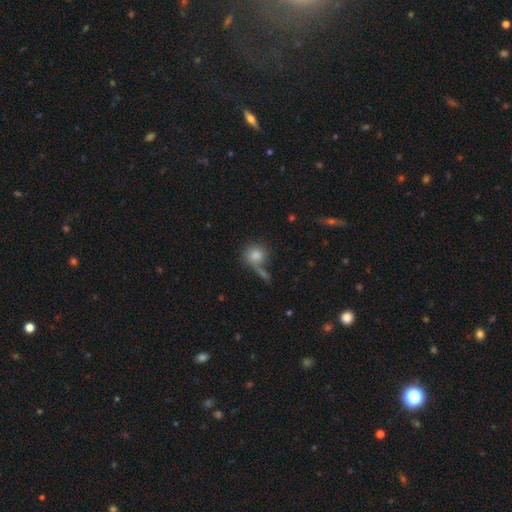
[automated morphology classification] Overall: smooth (80%). How rounded: round (80%). Merging: none (47%; merger 25%).